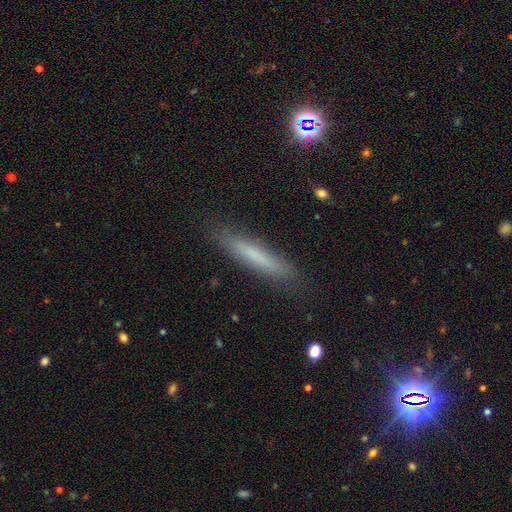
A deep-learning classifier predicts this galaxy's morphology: Q: Smooth or featured?
A: smooth (67%); runner-up: featured or disk (24%)
Q: How rounded?
A: cigar-shaped (92%); runner-up: in between (7%)
Q: Merging?
A: none (87%); runner-up: minor disturbance (10%)